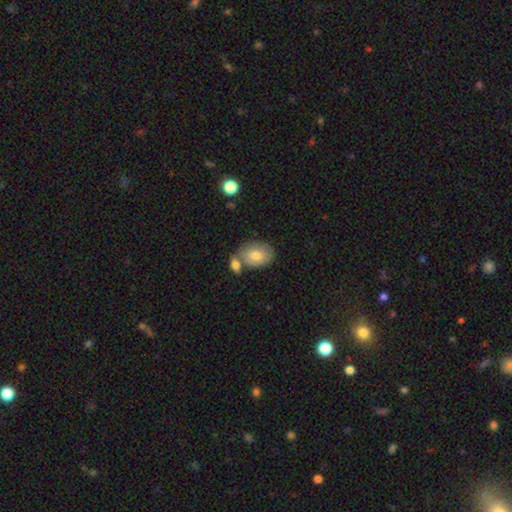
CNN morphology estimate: This appears to be a smooth galaxy with no disk features (65%) that is in between round and cigar-shaped (73%). Merging: none (50%).